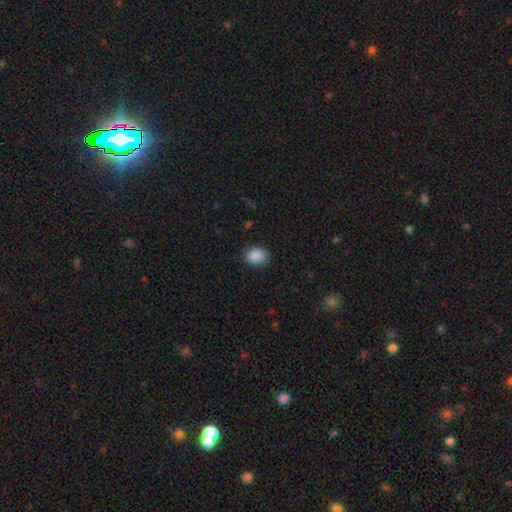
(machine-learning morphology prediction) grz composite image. It shows a smooth galaxy with no disk features (89%) that is in between round and cigar-shaped (50%). Merging: none (84%).